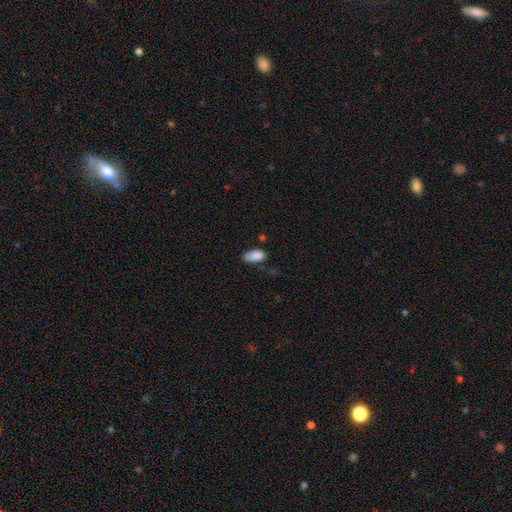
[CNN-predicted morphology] type=smooth (88%); roundness=in between (93%); merging=none (62%).